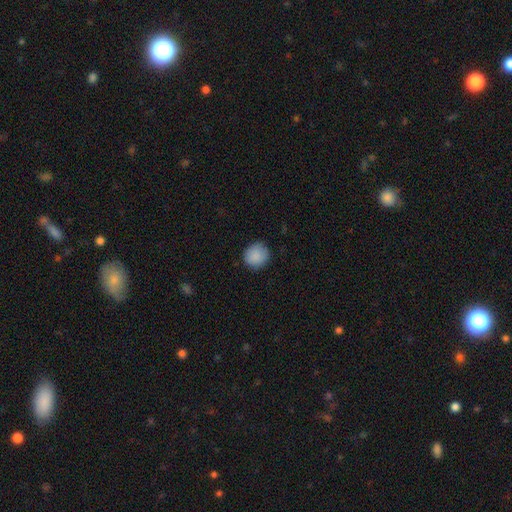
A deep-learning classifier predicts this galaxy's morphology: Smooth or featured? smooth (89%)
How rounded? round (89%)
Merging? none (87%)